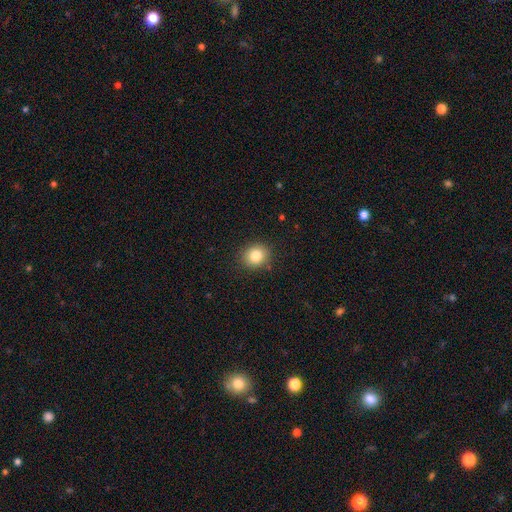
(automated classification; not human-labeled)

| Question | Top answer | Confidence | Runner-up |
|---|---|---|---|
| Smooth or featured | smooth | 82% | star or artifact (11%) |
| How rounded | round | 75% | in between (25%) |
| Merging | none | 88% | minor disturbance (8%) |